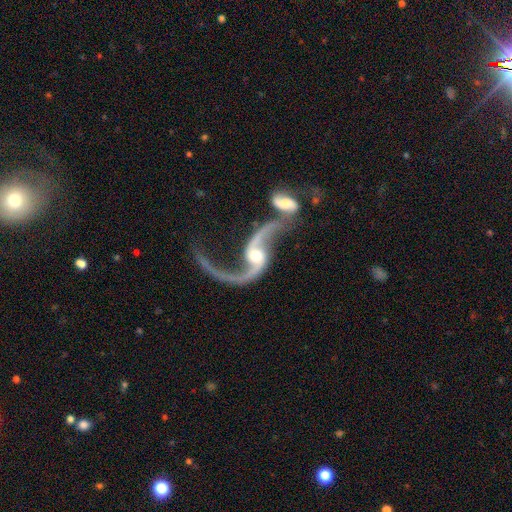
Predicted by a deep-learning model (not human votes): The model was most divided on "merging": merger: 48%, none: 28%, major disturbance: 13%, minor disturbance: 11%. More confident: edge-on disk — no (96%); spiral arms — yes (96%); spiral arm count — 2 (92%); smooth or featured — featured or disk (91%); spiral winding — loose (90%); bulge size — moderate (60%); bar — no (53%).